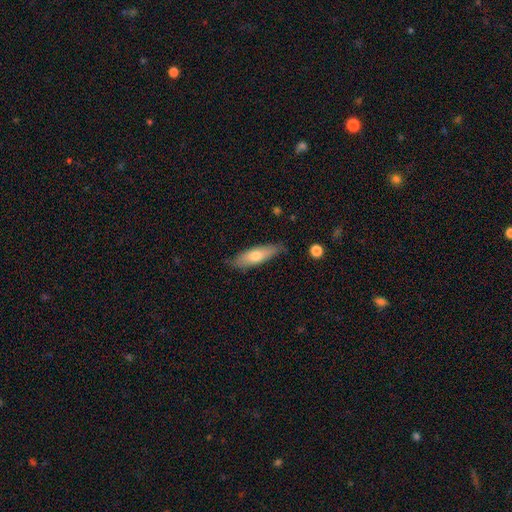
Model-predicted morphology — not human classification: Smooth or featured: smooth — 64% (featured or disk — 30%)
How rounded: cigar-shaped — 51% (in between — 46%)
Merging: none — 78% (minor disturbance — 17%)